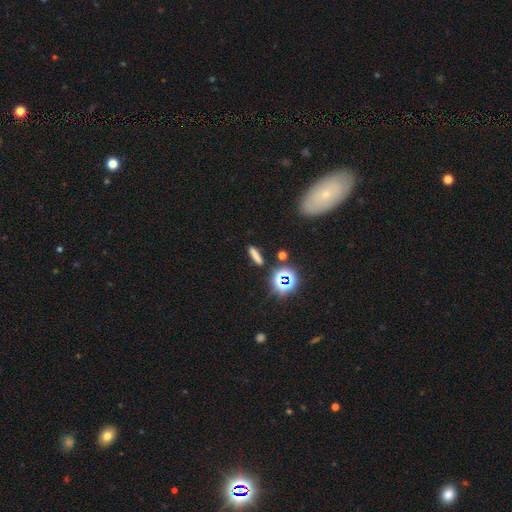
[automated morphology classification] smooth 69%, star or artifact 20%, featured or disk 11%. Down the decision tree: how rounded — cigar-shaped (79%); merging — none (87%).